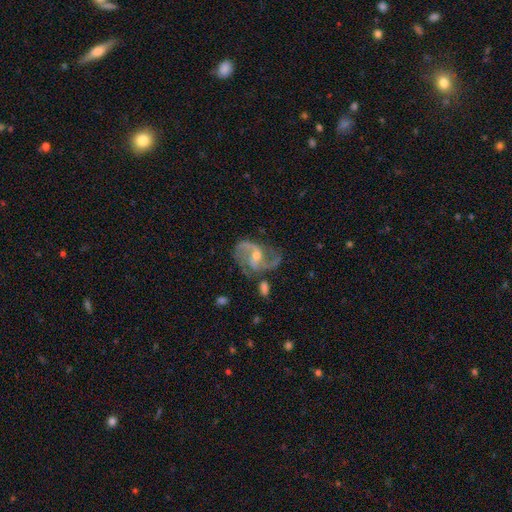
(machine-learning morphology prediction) Smooth or featured?
  - featured or disk: 90% *
  - star or artifact: 6%
  - smooth: 5%
Edge-on disk?
  - no: 98% *
  - yes: 2%
Bar?
  - weak: 51% *
  - no: 29%
  - strong: 21%
Spiral arms?
  - yes: 97% *
  - no: 3%
Spiral winding?
  - loose: 47% *
  - medium: 44%
  - tight: 9%
Spiral arm count?
  - 2: 86% *
  - 3: 5%
  - can't tell: 3%
  - 1: 2%
  - 4: 2%
  - more than 4: 2%
Bulge size?
  - moderate: 49% *
  - small: 44%
  - none: 3%
  - large: 2%
  - dominant: 1%
Merging?
  - none: 62% *
  - minor disturbance: 20%
  - major disturbance: 13%
  - merger: 6%